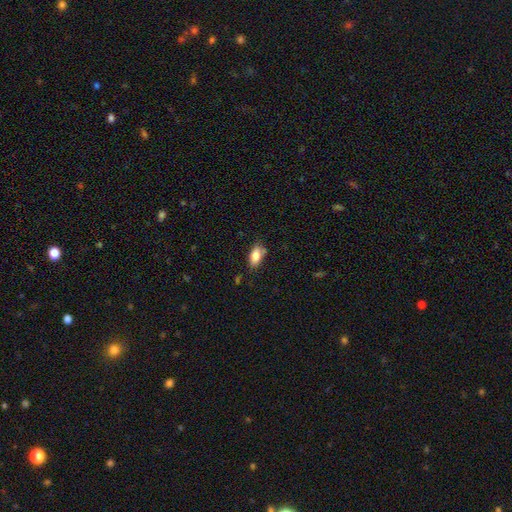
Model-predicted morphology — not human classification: The model was most divided on "merging": none: 68%, minor disturbance: 21%, merger: 6%, major disturbance: 5%. More confident: how rounded — in between (88%); smooth or featured — smooth (81%).